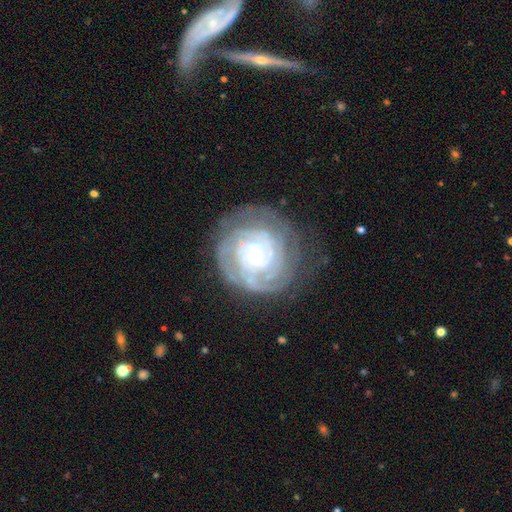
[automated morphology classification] smooth-or-featured: featured or disk: 84% | smooth: 10% | star or artifact: 6%
  disk-edge-on: no: 97% | yes: 3%
    bar: no: 77% | weak: 18% | strong: 5%
    has-spiral-arms: yes: 94% | no: 6%
      spiral-winding: tight: 80% | medium: 17% | loose: 4%
      spiral-arm-count: can't tell: 38% | 3: 18% | 4: 16% | 2: 14% | more than 4: 8% | 1: 6%
    bulge-size: small: 72% | moderate: 24% | large: 2% | none: 1% | dominant: 1%
  merging: none: 72% | minor disturbance: 18% | major disturbance: 9% | merger: 1%